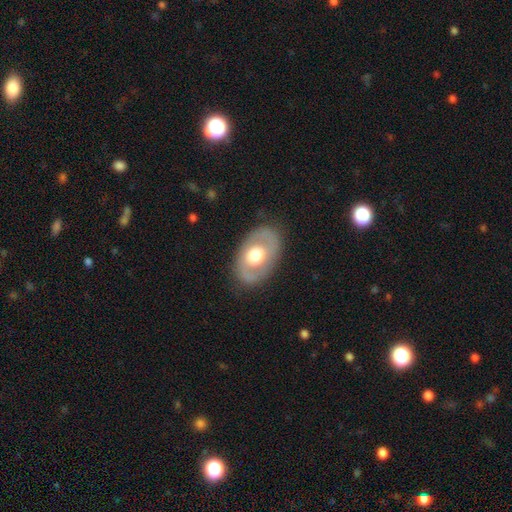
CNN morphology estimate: A featured or disk galaxy (52%). Merging: none (82%).